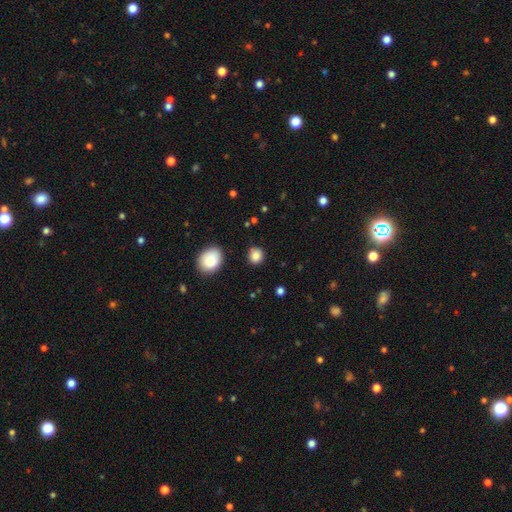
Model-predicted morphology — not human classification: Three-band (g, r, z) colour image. It shows a smooth galaxy with no disk features (86%) that is round (86%). Merging: none (84%).